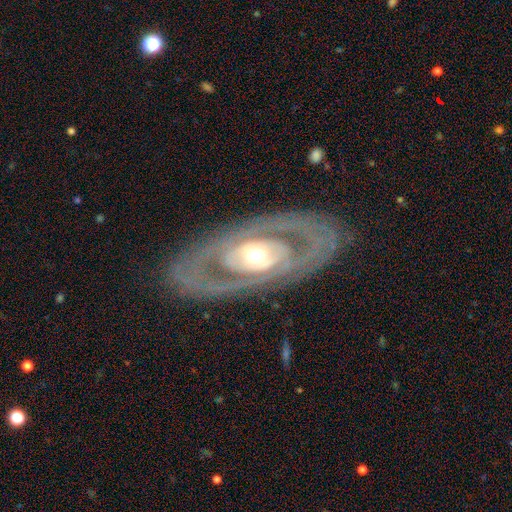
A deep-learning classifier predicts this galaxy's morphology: Overall: featured or disk (84%). Edge-on disk: no (92%). Bar: no (69%). Spiral arms: yes (67%; no 33%). Spiral arm count: 2 (63%). Spiral winding: tight (56%; medium 31%). Bulge size: moderate (68%). Merging: none (81%).